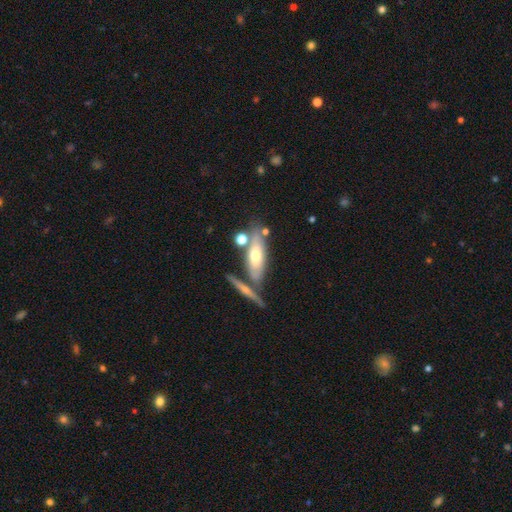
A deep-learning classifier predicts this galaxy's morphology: Smooth or featured: smooth — 48% (featured or disk — 45%)
Merging: none — 60% (merger — 20%)